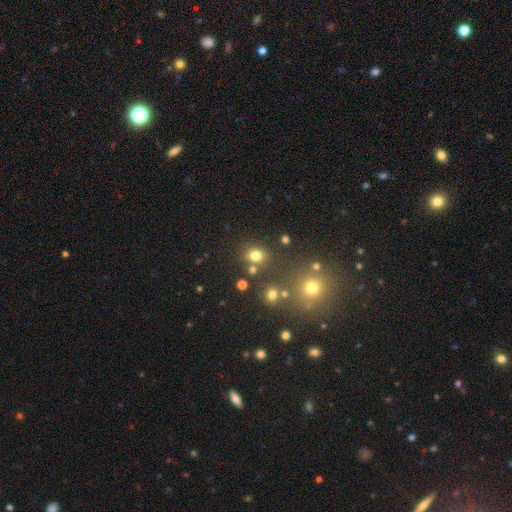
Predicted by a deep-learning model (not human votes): smooth_or_featured: smooth (p=0.74) [alt: star or artifact p=0.19]
how_rounded: round (p=0.58) [alt: in between p=0.41]
merging: none (p=0.75) [alt: minor disturbance p=0.11]